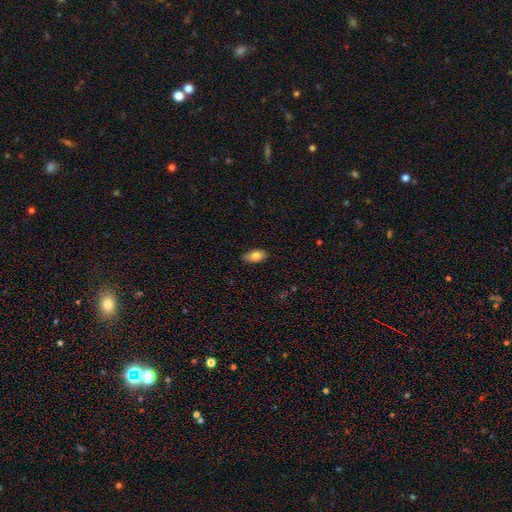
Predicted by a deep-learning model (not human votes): Overall: smooth (79%). How rounded: in between (90%). Merging: none (84%).